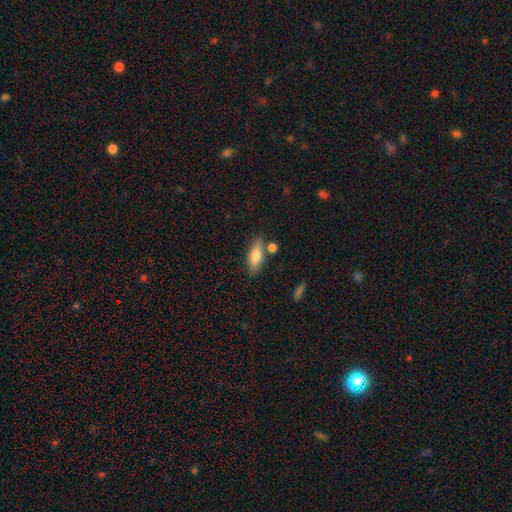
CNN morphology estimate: smooth-or-featured: smooth: 75% | featured or disk: 19% | star or artifact: 7%
  how-rounded: in between: 68% | cigar-shaped: 29% | round: 3%
  merging: none: 72% | minor disturbance: 13% | merger: 11% | major disturbance: 3%